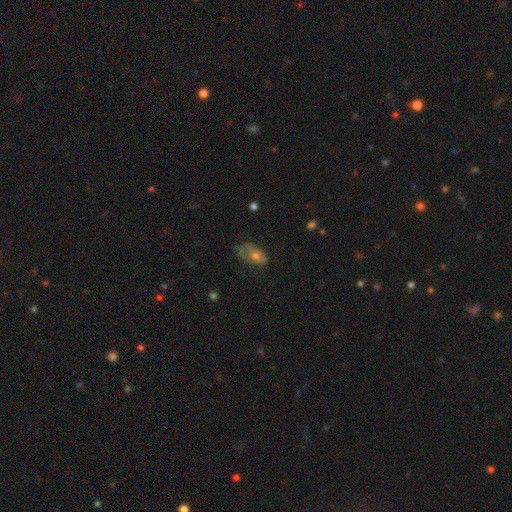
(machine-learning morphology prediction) Smooth or featured?
  - featured or disk: 45% *
  - smooth: 43%
  - star or artifact: 12%
Merging?
  - none: 45% *
  - minor disturbance: 30%
  - major disturbance: 23%
  - merger: 2%